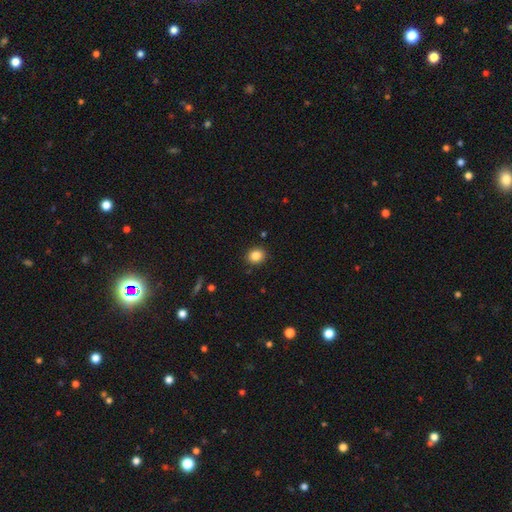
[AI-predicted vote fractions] Q: Smooth or featured?
A: smooth (85%); runner-up: star or artifact (10%)
Q: How rounded?
A: round (74%); runner-up: in between (25%)
Q: Merging?
A: none (90%); runner-up: minor disturbance (7%)